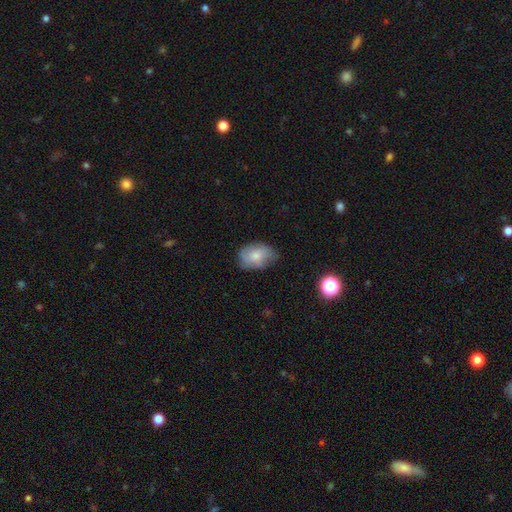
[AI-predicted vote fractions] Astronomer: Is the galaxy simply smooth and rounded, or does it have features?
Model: smooth — 66%.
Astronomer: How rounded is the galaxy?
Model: in between — 81%.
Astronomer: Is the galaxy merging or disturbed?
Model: none — 62%.